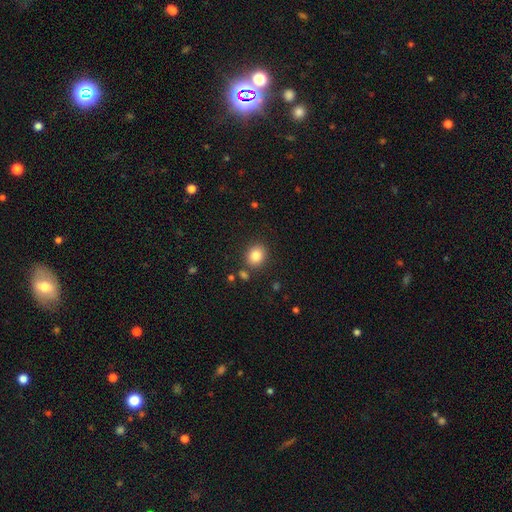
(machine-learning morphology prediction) The model was most divided on "how rounded": round: 62%, in between: 38%, cigar-shaped: 1%. More confident: merging — none (84%); smooth or featured — smooth (83%).